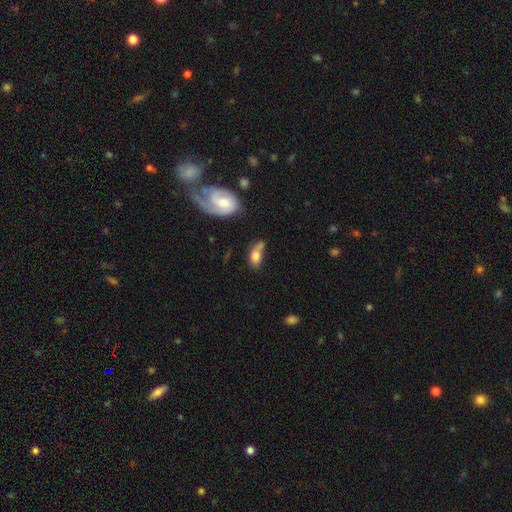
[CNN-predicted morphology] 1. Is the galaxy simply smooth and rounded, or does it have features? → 74% smooth, 18% featured or disk, 9% star or artifact.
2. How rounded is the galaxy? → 80% in between, 13% round, 7% cigar-shaped.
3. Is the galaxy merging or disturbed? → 33% none, 27% merger, 24% minor disturbance, 16% major disturbance.